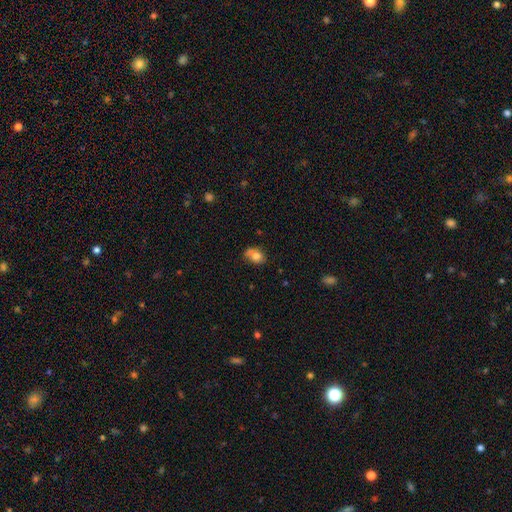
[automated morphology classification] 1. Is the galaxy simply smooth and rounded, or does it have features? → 75% smooth, 15% featured or disk, 10% star or artifact.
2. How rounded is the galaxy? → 62% in between, 36% round, 1% cigar-shaped.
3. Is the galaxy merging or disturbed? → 51% none, 28% minor disturbance, 12% merger, 9% major disturbance.